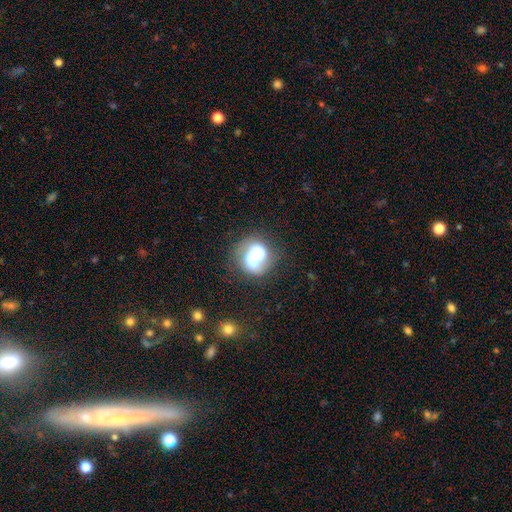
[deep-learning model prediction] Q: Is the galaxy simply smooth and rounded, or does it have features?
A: featured or disk — 68%.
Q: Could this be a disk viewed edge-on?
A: no — 98%.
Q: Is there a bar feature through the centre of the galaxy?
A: no — 46%.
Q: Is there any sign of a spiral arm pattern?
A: yes — 78%.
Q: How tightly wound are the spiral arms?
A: loose — 43%.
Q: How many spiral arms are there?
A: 2 — 74%.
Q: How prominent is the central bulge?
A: moderate — 35%.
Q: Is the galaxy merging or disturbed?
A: none — 52%.